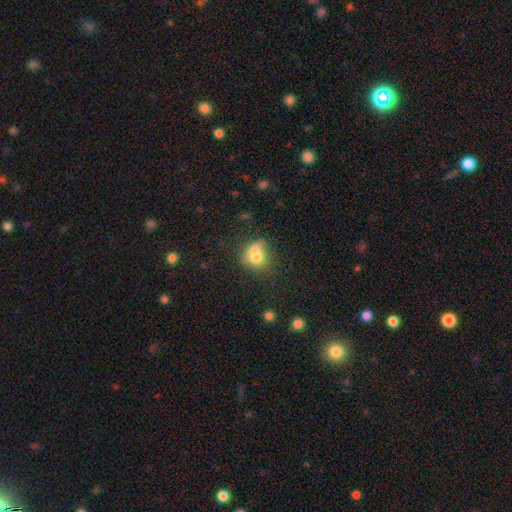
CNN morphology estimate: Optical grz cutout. It shows a smooth galaxy with no disk features (70%) that is round (64%). Merging: merger (40%).